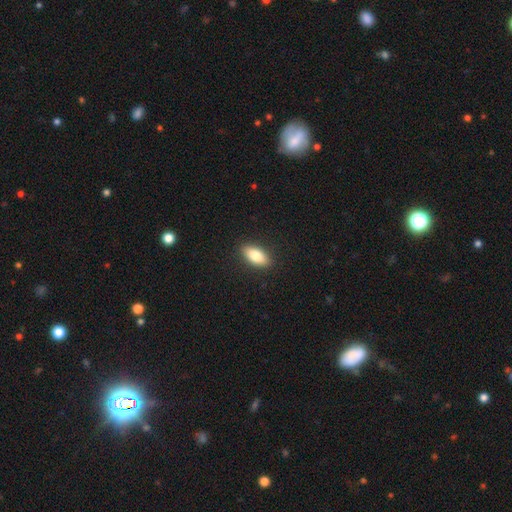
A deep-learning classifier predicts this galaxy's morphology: This is clearly a smooth galaxy (82%). How rounded: clearly in between (87%). Merging: clearly none (90%).